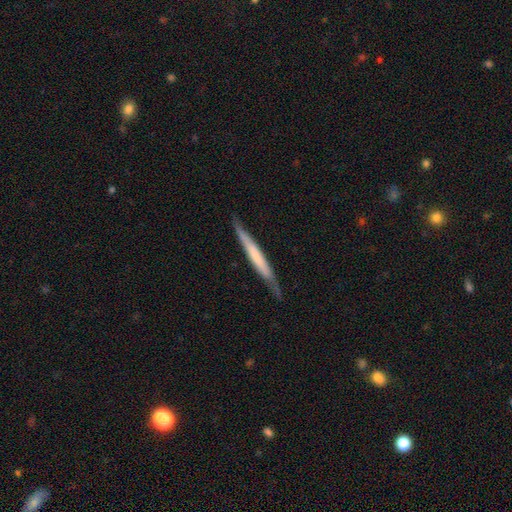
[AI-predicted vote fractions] The model was most divided on "smooth or featured": featured or disk: 48%, smooth: 47%, star or artifact: 5%. More confident: merging — none (79%).